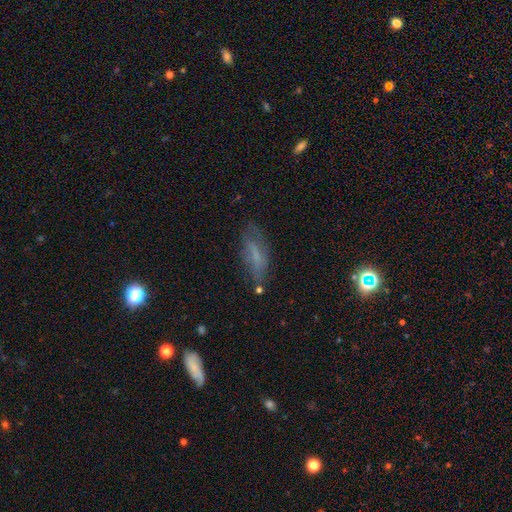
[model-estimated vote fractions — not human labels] Smooth or featured? smooth (52%)
How rounded? in between (63%)
Merging? none (59%)